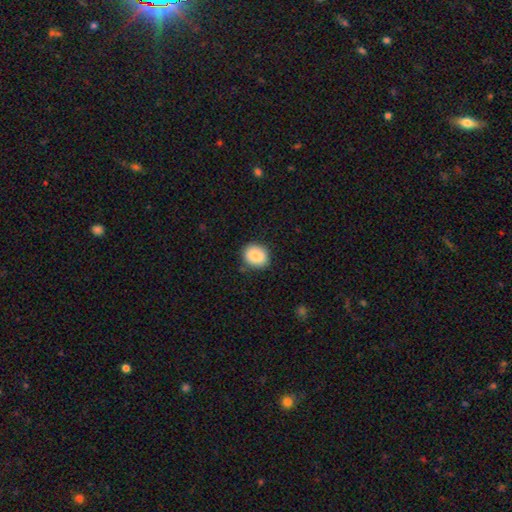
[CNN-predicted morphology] type=smooth (85%); roundness=round (63%); merging=none (85%).